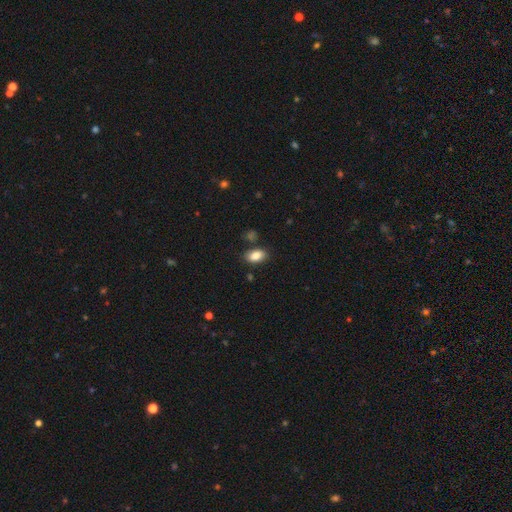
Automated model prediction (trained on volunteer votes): smooth 85%, star or artifact 8%, featured or disk 7%. Down the decision tree: how rounded — in between (91%); merging — none (81%).